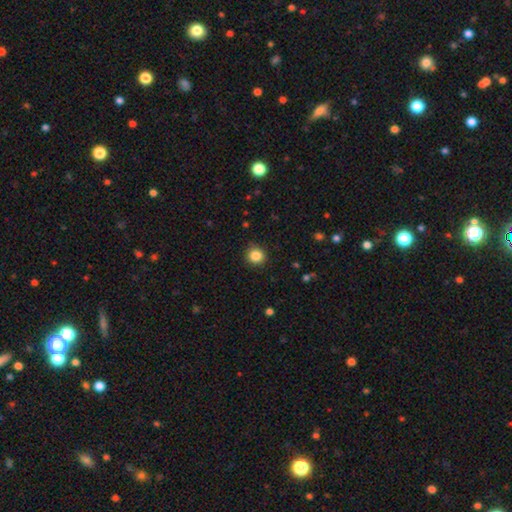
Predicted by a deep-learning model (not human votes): smooth_or_featured: smooth (p=0.85) [alt: star or artifact p=0.11]
how_rounded: round (p=0.91) [alt: in between p=0.08]
merging: none (p=0.89) [alt: minor disturbance p=0.08]